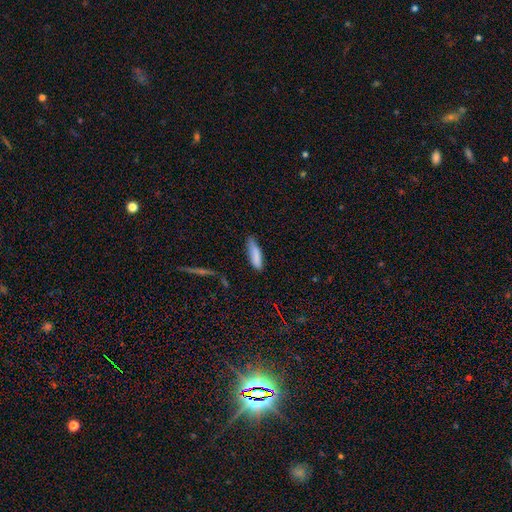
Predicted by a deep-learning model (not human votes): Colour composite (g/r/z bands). It shows a smooth galaxy with no disk features (84%) that is cigar-shaped (67%). Merging: none (68%).